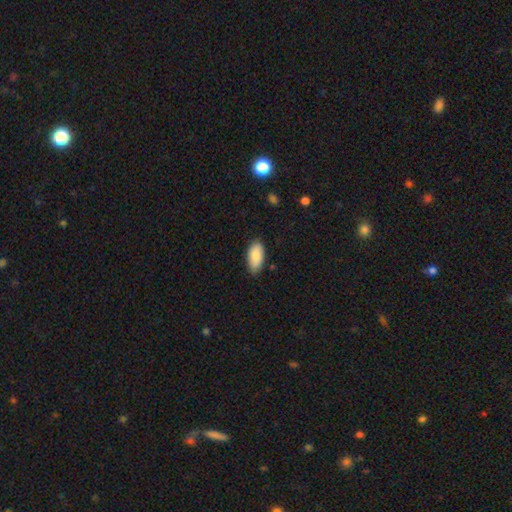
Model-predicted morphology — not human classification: A smooth galaxy with no disk features (85%) that is in between round and cigar-shaped (93%). Merging: none (80%).